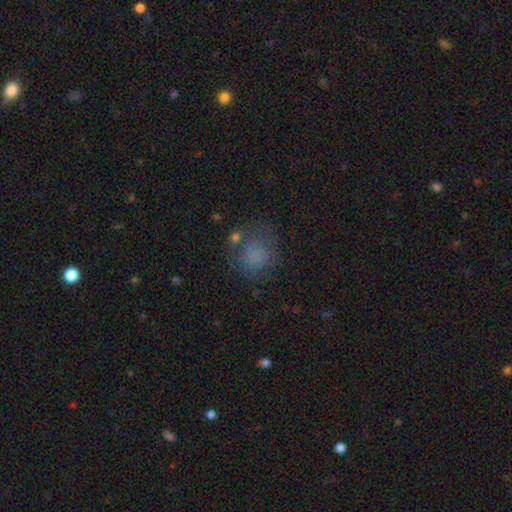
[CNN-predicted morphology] Q: Smooth or featured?
A: smooth (72%); runner-up: star or artifact (14%)
Q: How rounded?
A: round (82%); runner-up: in between (17%)
Q: Merging?
A: none (63%); runner-up: minor disturbance (19%)